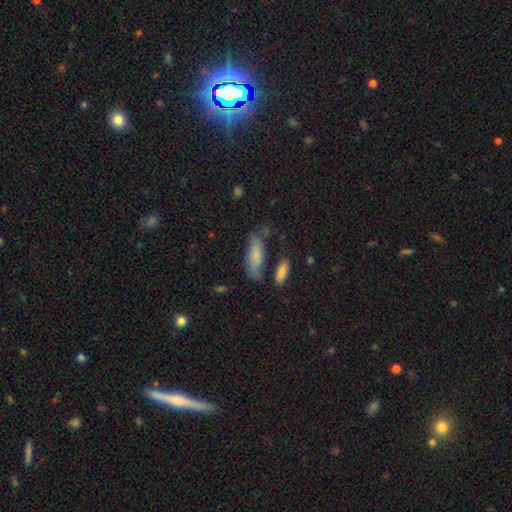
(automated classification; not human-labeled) Morphology: type=smooth (76%); roundness=in between (64%); merging=none (64%).